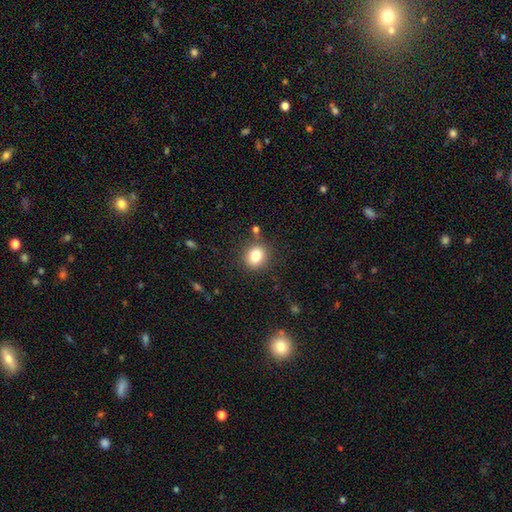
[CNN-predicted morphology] Smooth or featured? smooth (81%)
How rounded? round (77%)
Merging? none (84%)